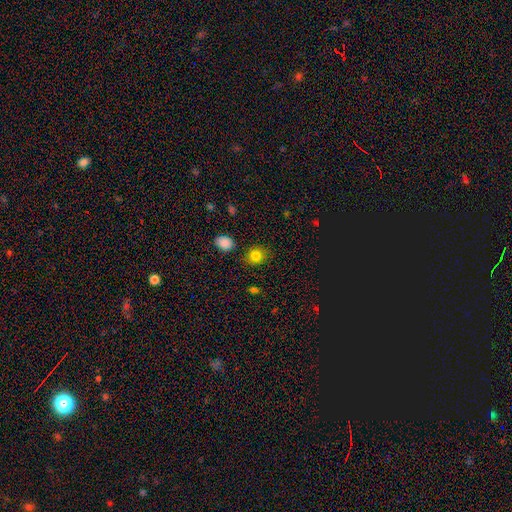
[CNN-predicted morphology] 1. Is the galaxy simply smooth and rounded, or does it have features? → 83% smooth, 11% star or artifact, 5% featured or disk.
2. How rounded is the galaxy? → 74% round, 25% in between, 1% cigar-shaped.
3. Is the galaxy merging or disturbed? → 82% none, 12% minor disturbance, 3% merger, 3% major disturbance.